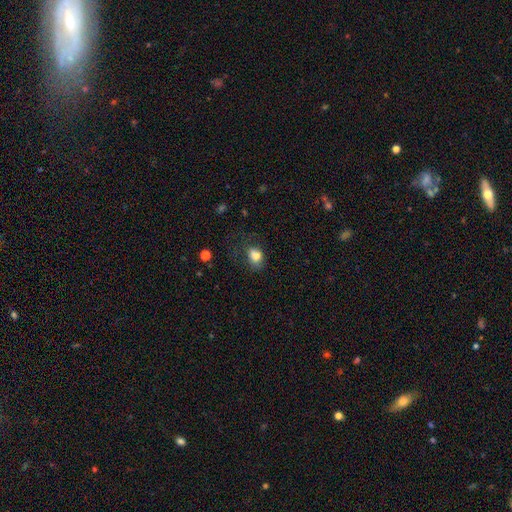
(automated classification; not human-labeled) This is likely a smooth galaxy (76%). How rounded: possibly in between (60%). Merging: marginally none (41%).